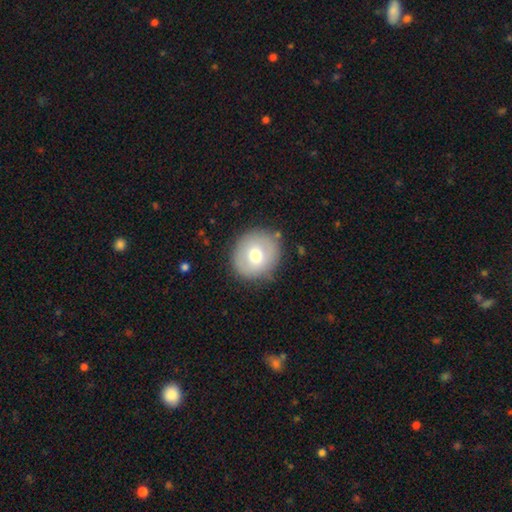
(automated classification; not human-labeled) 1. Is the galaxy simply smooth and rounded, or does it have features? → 68% smooth, 24% featured or disk, 8% star or artifact.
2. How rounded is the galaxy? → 85% round, 14% in between, 1% cigar-shaped.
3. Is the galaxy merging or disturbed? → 85% none, 10% minor disturbance, 3% major disturbance, 2% merger.